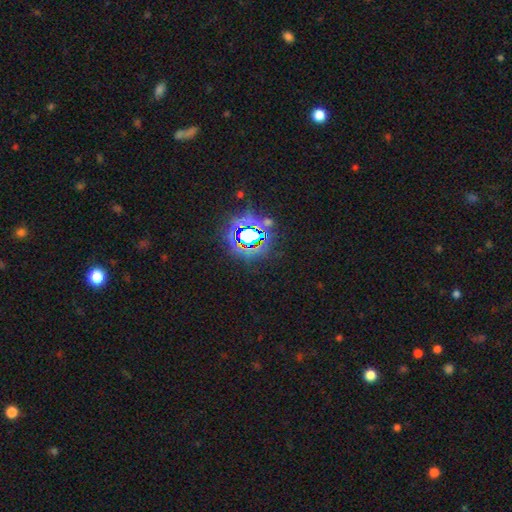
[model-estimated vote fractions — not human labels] This appears to be a star or artifact, not a galaxy (82%).